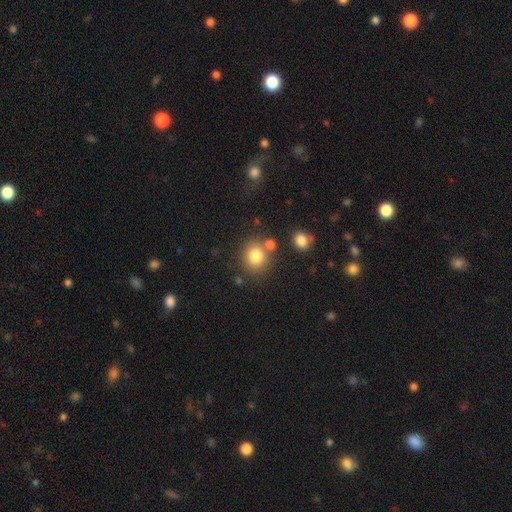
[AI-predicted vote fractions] Smooth or featured? Predicted: smooth (p=0.80). How rounded? Predicted: round (p=0.81). Merging? Predicted: none (p=0.73).